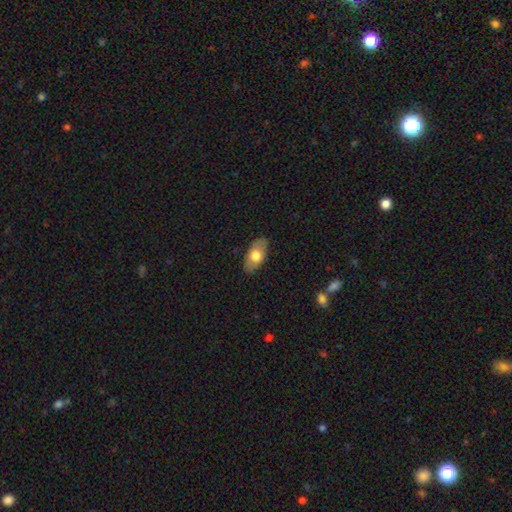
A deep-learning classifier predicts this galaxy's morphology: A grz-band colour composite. It shows a smooth galaxy with no disk features (65%) that is in between round and cigar-shaped (91%). Merging: none (84%).